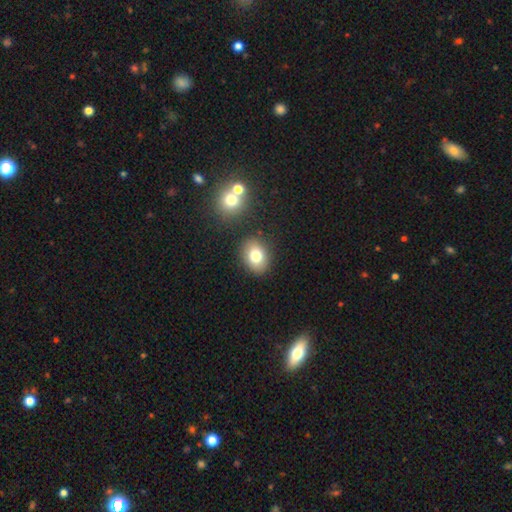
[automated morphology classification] This is likely a smooth galaxy (78%). How rounded: possibly in between (59%). Merging: clearly none (84%).